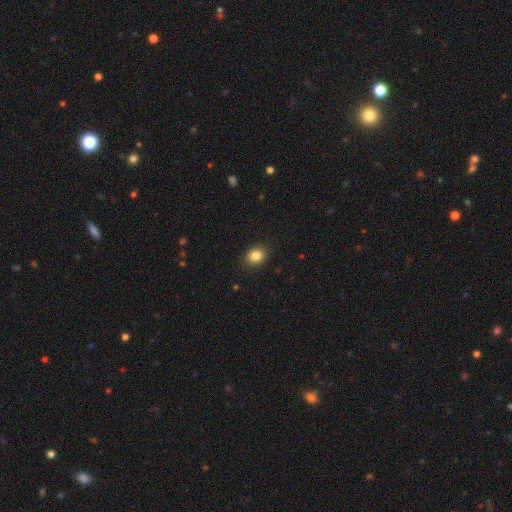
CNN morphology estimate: smooth-or-featured: smooth: 85% | star or artifact: 10% | featured or disk: 5%
  how-rounded: round: 55% | in between: 44% | cigar-shaped: 1%
  merging: none: 88% | minor disturbance: 9% | major disturbance: 2% | merger: 1%